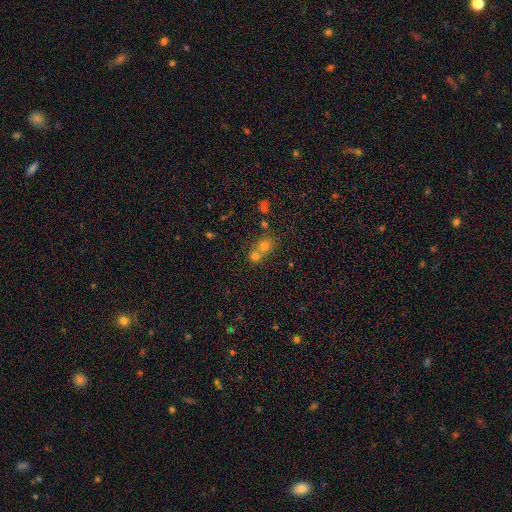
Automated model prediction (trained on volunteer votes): Smooth or featured? smooth (67%)
How rounded? round (80%)
Merging? merger (55%)